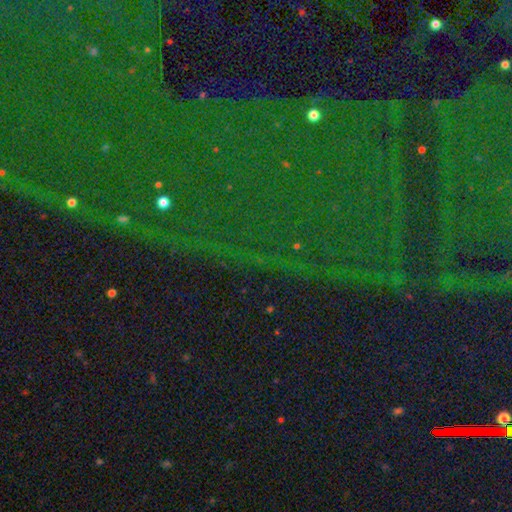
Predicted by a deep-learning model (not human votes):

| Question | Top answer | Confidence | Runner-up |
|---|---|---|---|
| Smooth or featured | star or artifact | 87% | smooth (7%) |